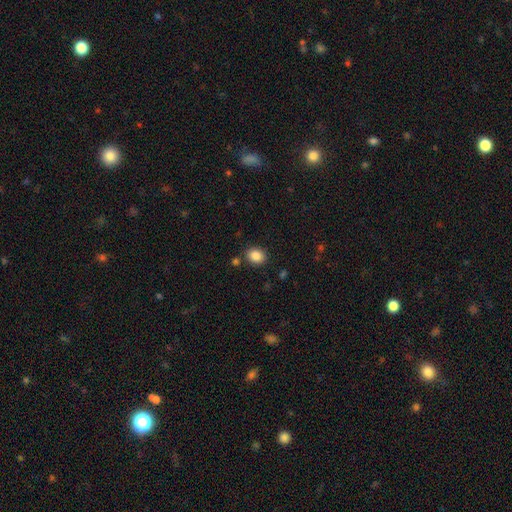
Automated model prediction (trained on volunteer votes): Q: Smooth or featured?
A: smooth (86%); runner-up: star or artifact (9%)
Q: How rounded?
A: round (58%); runner-up: in between (41%)
Q: Merging?
A: none (84%); runner-up: minor disturbance (9%)